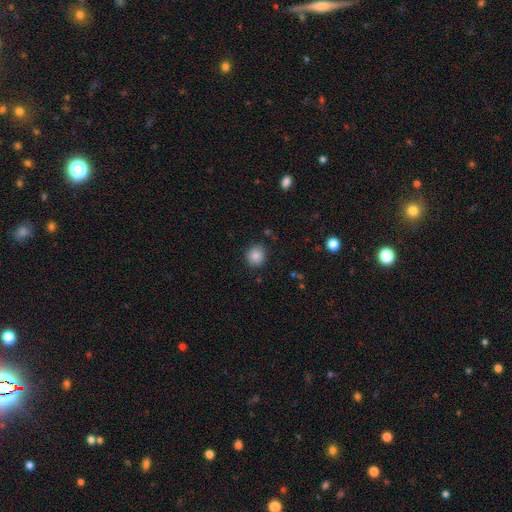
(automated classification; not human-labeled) This appears to be a smooth galaxy with no disk features (84%) that is round (83%). Merging: none (88%).